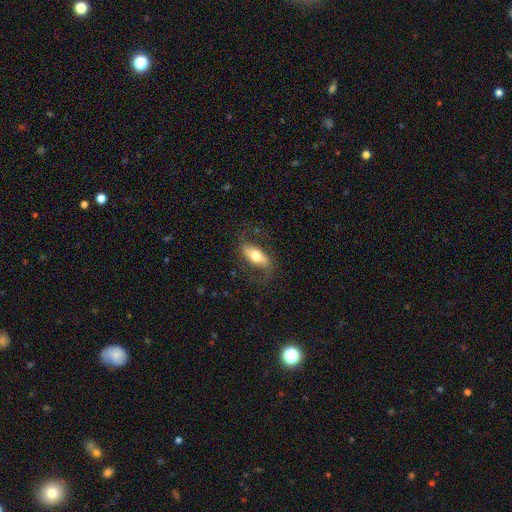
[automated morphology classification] Smooth or featured: featured or disk — 51% (smooth — 43%)
Edge-on disk: no — 70% (yes — 30%)
Merging: none — 70% (minor disturbance — 18%)